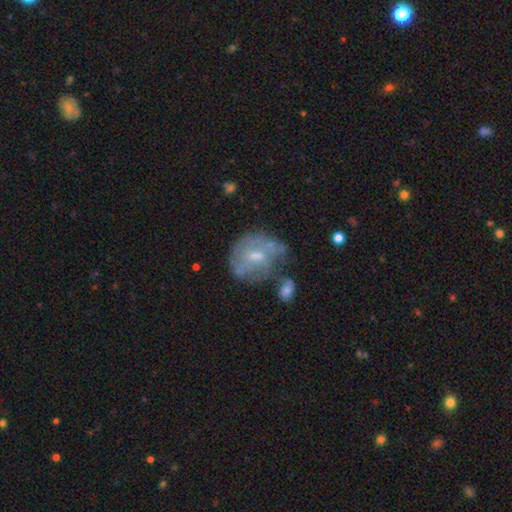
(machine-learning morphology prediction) type=featured or disk (56%); edge-on=no (96%); bar=no (49%); spiral arms=no (57%); bulge=moderate (50%); merging=none (44%).